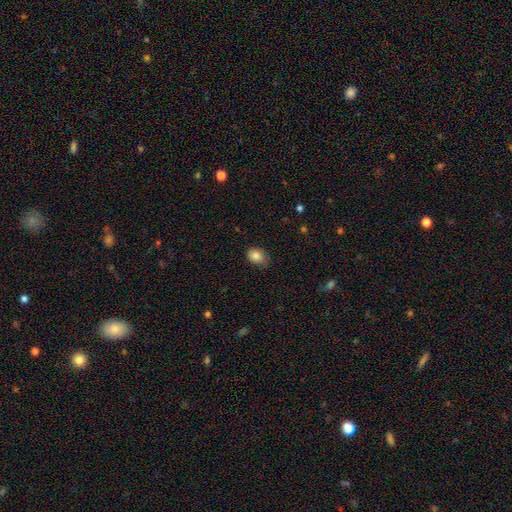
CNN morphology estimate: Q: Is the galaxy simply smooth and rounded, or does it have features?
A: smooth — 84%.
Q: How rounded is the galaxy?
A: in between — 59%.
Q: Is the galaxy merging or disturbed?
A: none — 69%.